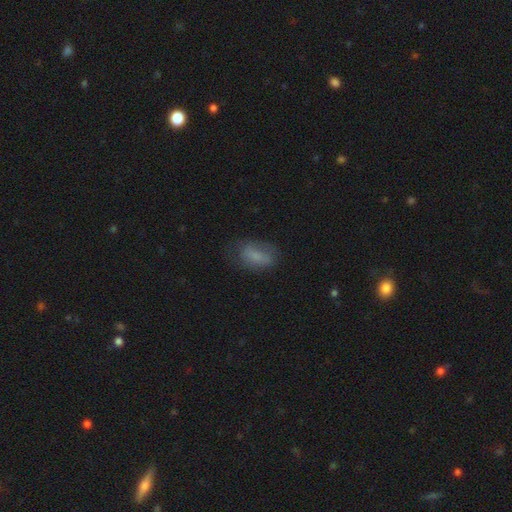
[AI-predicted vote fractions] The model was most divided on "merging": none: 61%, minor disturbance: 25%, major disturbance: 12%, merger: 2%. More confident: how rounded — in between (88%); smooth or featured — smooth (71%).